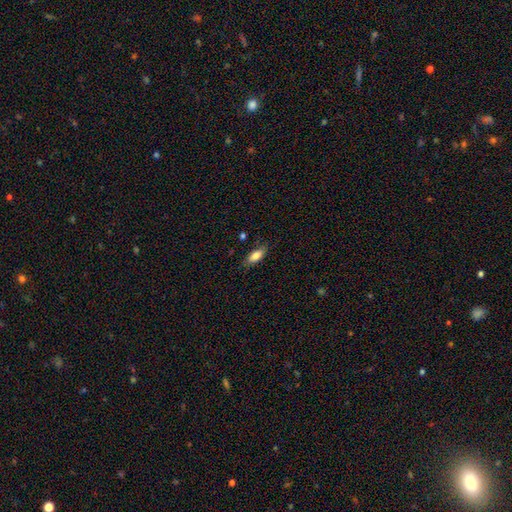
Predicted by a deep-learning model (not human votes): A smooth galaxy with no disk features (79%) that is in between round and cigar-shaped (79%). Merging: none (79%).